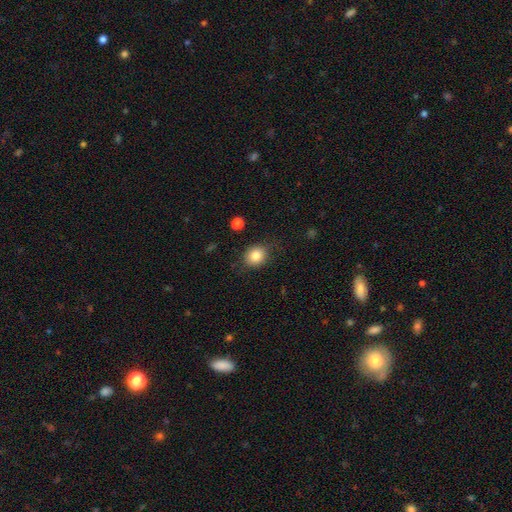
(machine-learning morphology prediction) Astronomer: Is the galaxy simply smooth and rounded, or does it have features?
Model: smooth — 82%.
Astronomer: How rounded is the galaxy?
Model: round — 67%.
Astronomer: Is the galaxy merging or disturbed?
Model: none — 81%.